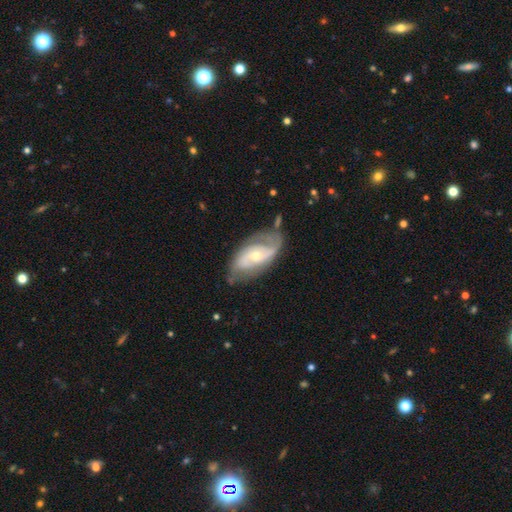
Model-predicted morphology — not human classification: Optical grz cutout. It shows a featured or disk galaxy (81%) with no bar (54%), 2 (73%) medium (43%) spiral arms (92%) and a small central bulge (55%). Merging: none (64%).